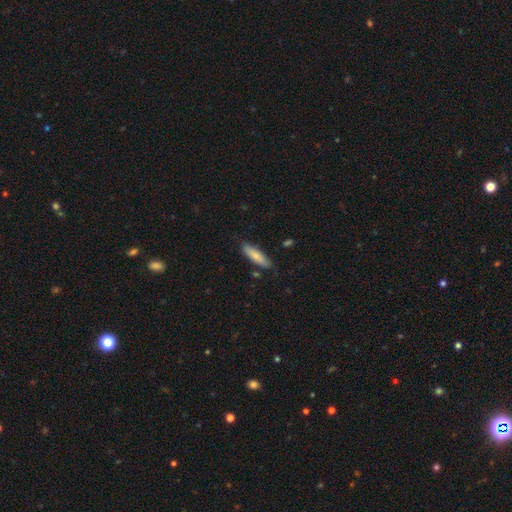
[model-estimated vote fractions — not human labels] Smooth or featured? smooth (77%)
How rounded? cigar-shaped (63%)
Merging? none (79%)